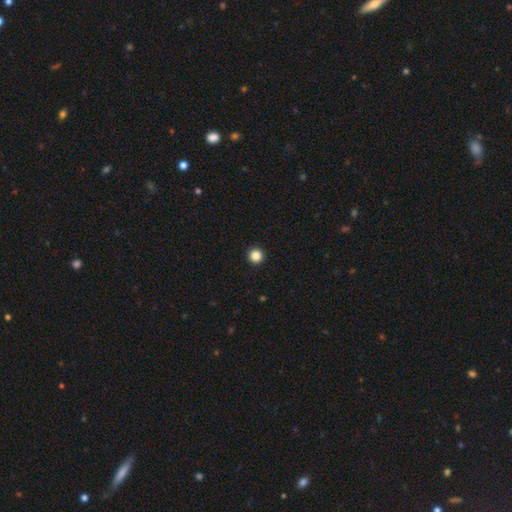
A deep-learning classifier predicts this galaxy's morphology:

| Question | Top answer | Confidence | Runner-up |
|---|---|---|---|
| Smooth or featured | smooth | 86% | star or artifact (11%) |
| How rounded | round | 97% | in between (2%) |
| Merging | none | 94% | minor disturbance (3%) |